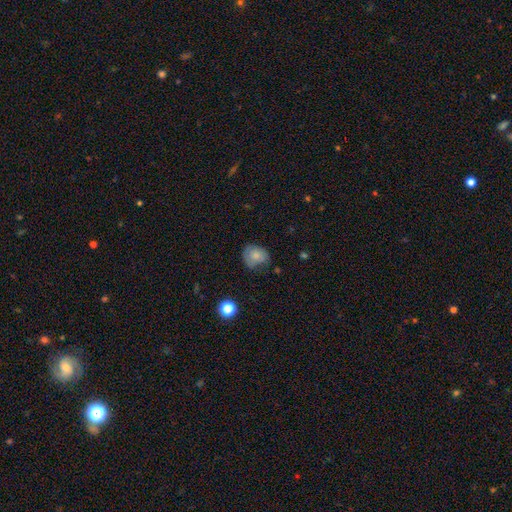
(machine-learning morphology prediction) Overall: smooth (77%). How rounded: round (56%; in between 43%). Merging: none (55%; minor disturbance 32%).